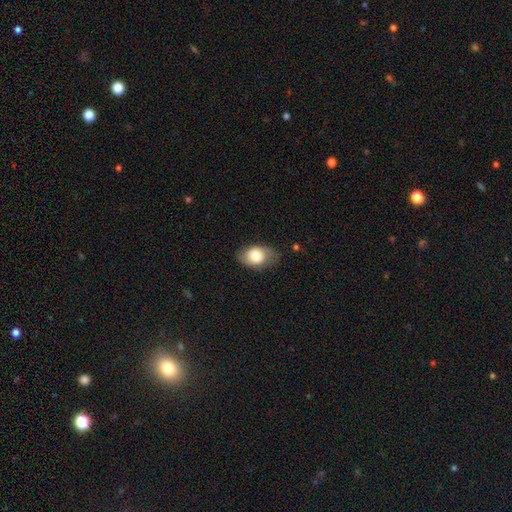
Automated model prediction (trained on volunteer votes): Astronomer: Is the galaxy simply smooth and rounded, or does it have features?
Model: smooth — 73%.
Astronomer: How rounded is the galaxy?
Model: in between — 85%.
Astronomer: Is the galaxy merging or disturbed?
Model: none — 72%.